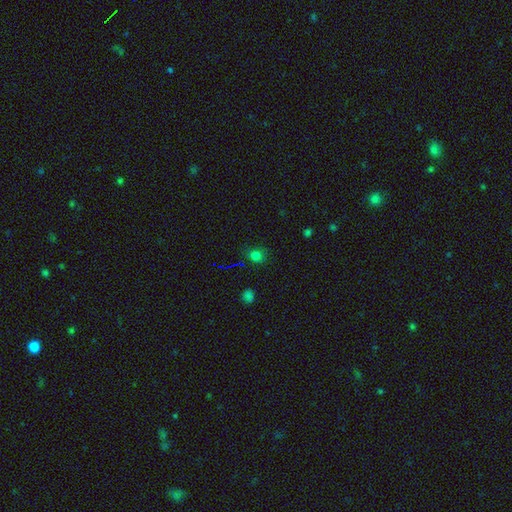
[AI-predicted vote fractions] Smooth or featured: smooth — 72% (star or artifact — 22%)
How rounded: round — 80% (in between — 19%)
Merging: none — 80% (minor disturbance — 14%)